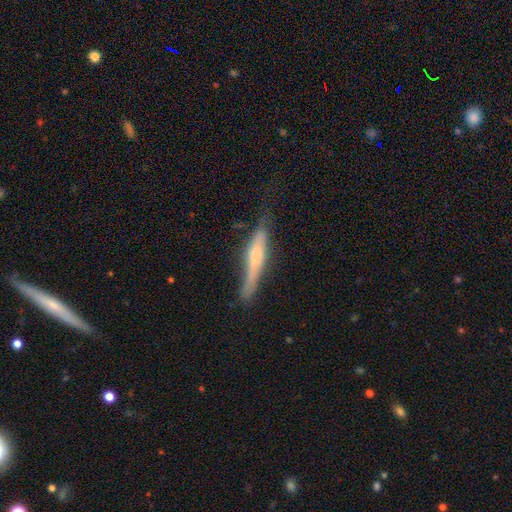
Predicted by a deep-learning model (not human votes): A featured or disk galaxy (50%).

Vote fractions:
- Smooth or featured? featured or disk: 50% / smooth: 44% / star or artifact: 6%
- Merging? none: 56% / minor disturbance: 30% / major disturbance: 11% / merger: 3%